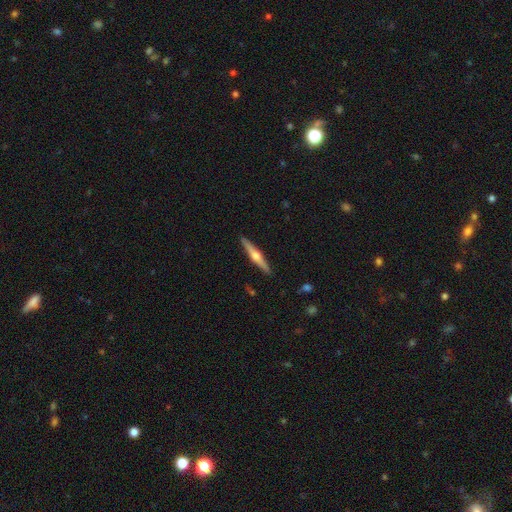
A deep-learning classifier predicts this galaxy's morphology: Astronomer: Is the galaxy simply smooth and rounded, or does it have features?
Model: featured or disk — 72%.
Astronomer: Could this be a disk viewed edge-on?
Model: yes — 98%.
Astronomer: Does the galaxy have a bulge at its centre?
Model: rounded — 94%.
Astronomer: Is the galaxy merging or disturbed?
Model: none — 91%.